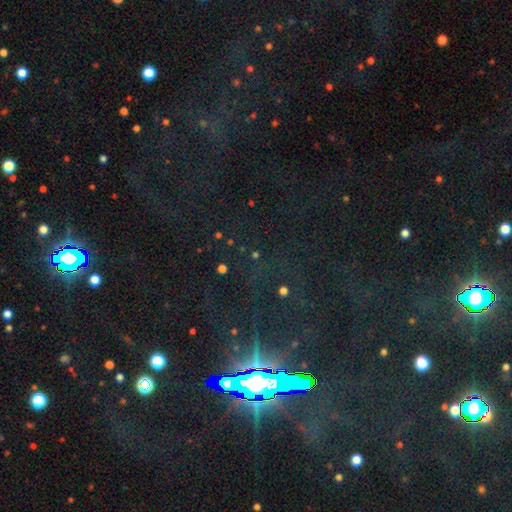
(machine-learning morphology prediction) A star or artifact, not a galaxy (82%).